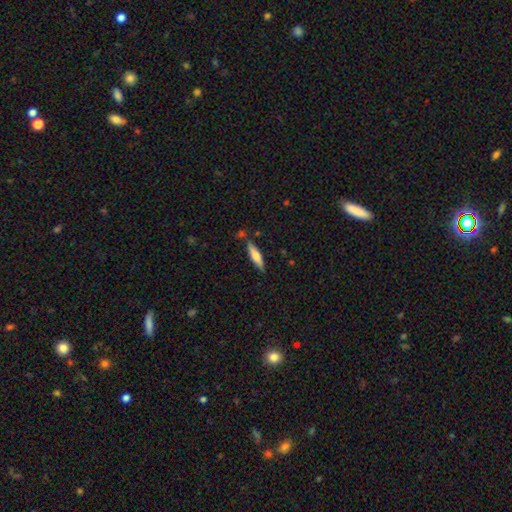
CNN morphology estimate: A smooth galaxy with no disk features (63%) that is cigar-shaped (74%). Merging: none (79%).